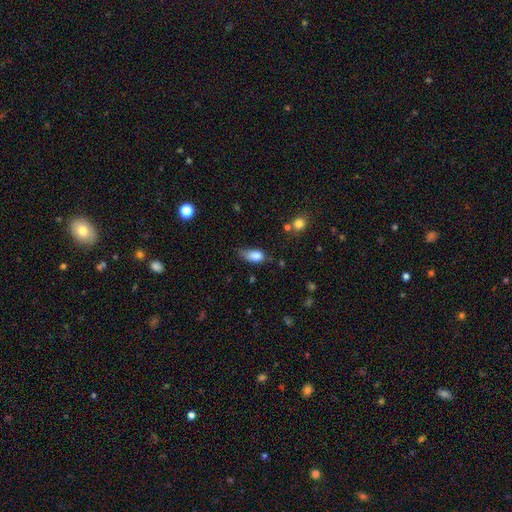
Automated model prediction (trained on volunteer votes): A smooth galaxy with no disk features (82%) that is in between round and cigar-shaped (86%).

Vote fractions:
- Smooth or featured? smooth: 82% / featured or disk: 9% / star or artifact: 9%
- How rounded? in between: 86% / round: 9% / cigar-shaped: 6%
- Merging? minor disturbance: 45% / none: 34% / major disturbance: 17% / merger: 4%